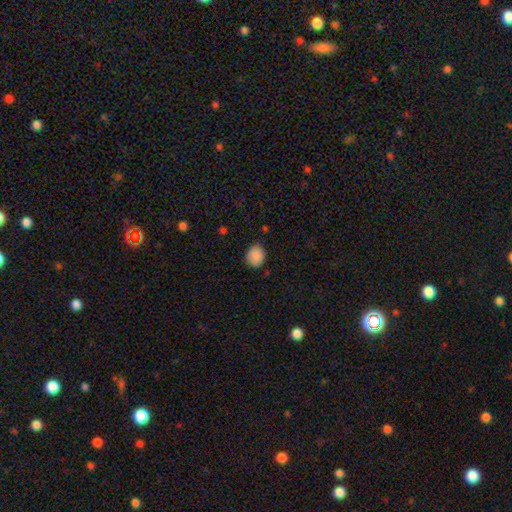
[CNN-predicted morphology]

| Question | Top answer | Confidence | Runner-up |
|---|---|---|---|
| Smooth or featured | smooth | 88% | star or artifact (8%) |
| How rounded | round | 66% | in between (33%) |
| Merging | none | 81% | minor disturbance (15%) |